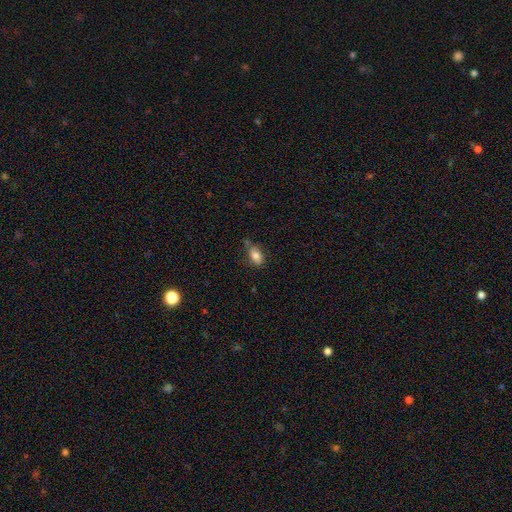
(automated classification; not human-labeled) Q: Smooth or featured?
A: smooth (79%); runner-up: featured or disk (12%)
Q: How rounded?
A: in between (88%); runner-up: round (7%)
Q: Merging?
A: none (62%); runner-up: minor disturbance (25%)